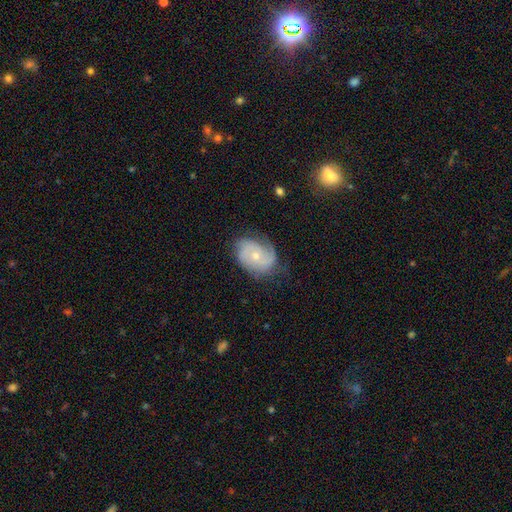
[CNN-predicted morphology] smooth-or-featured: featured or disk: 71% | smooth: 22% | star or artifact: 7%
  disk-edge-on: no: 97% | yes: 3%
    bar: no: 77% | weak: 20% | strong: 3%
    has-spiral-arms: yes: 90% | no: 10%
      spiral-winding: tight: 43% | medium: 38% | loose: 18%
      spiral-arm-count: 2: 40% | can't tell: 26% | 3: 19% | 1: 7% | 4: 4% | more than 4: 3%
    bulge-size: small: 60% | moderate: 37% | large: 1% | none: 1% | dominant: 1%
  merging: none: 65% | minor disturbance: 25% | major disturbance: 9% | merger: 1%